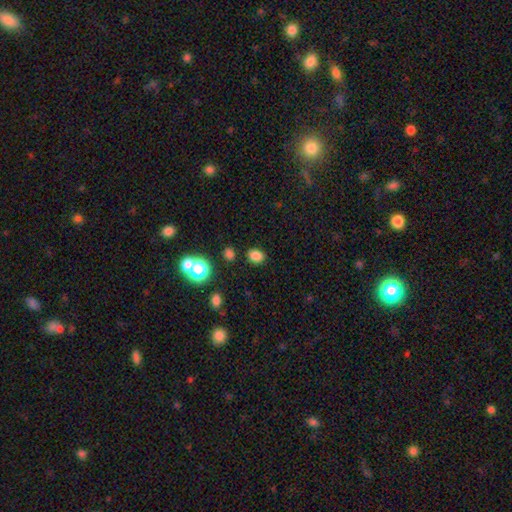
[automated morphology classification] smooth_or_featured: smooth (p=0.80) [alt: star or artifact p=0.15]
how_rounded: in between (p=0.62) [alt: round p=0.37]
merging: none (p=0.84) [alt: minor disturbance p=0.09]